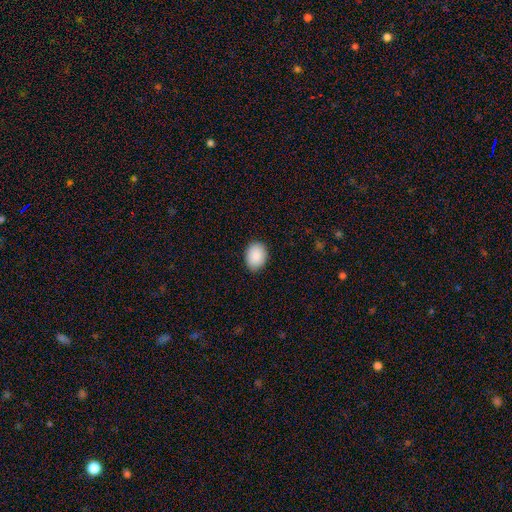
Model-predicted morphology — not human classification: A smooth galaxy with no disk features (90%) that is in between round and cigar-shaped (69%). Merging: none (86%).